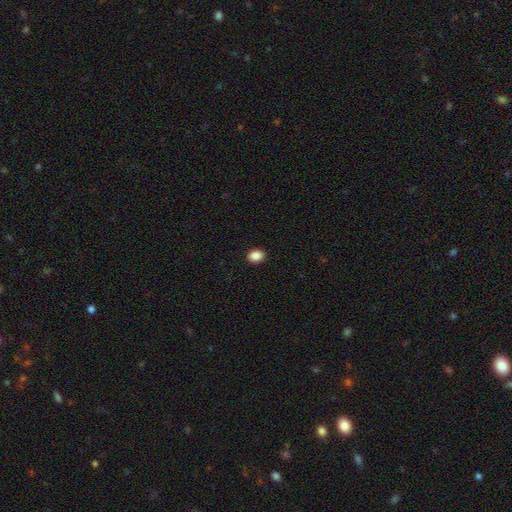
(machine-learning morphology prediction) A smooth galaxy with no disk features (89%) that is in between round and cigar-shaped (56%). Merging: none (92%).